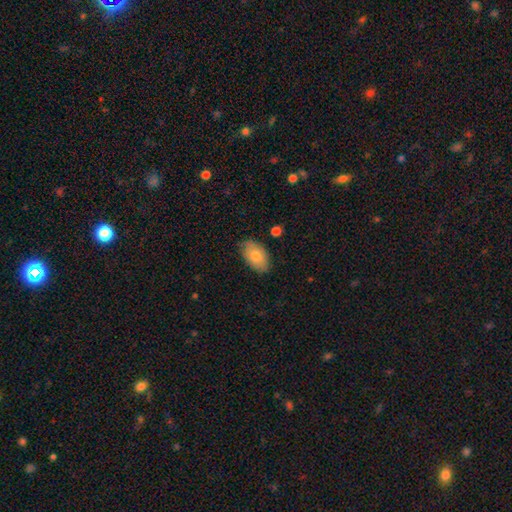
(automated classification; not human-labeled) This is likely a smooth galaxy (78%). How rounded: clearly in between (93%). Merging: likely none (77%).